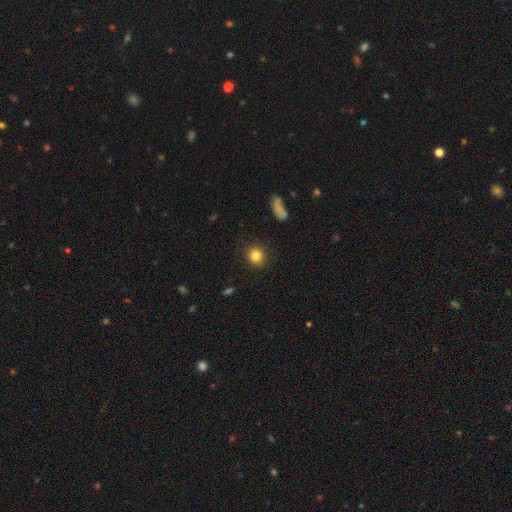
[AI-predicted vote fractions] smooth_or_featured: smooth (p=0.83) [alt: star or artifact p=0.10]
how_rounded: round (p=0.87) [alt: in between p=0.12]
merging: none (p=0.89) [alt: minor disturbance p=0.07]